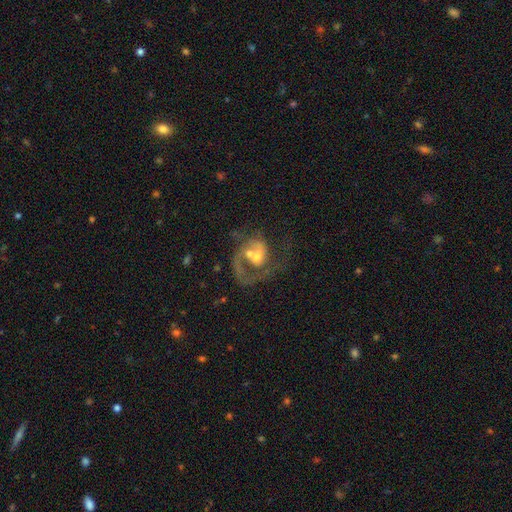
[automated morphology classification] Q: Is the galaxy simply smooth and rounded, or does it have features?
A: featured or disk — 74%.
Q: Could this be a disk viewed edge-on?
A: no — 98%.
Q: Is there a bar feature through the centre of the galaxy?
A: no — 68%.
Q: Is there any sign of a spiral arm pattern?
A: yes — 79%.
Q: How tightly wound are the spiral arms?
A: loose — 44%.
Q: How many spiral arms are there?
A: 1 — 69%.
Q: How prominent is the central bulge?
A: moderate — 59%.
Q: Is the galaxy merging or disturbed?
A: merger — 40%.